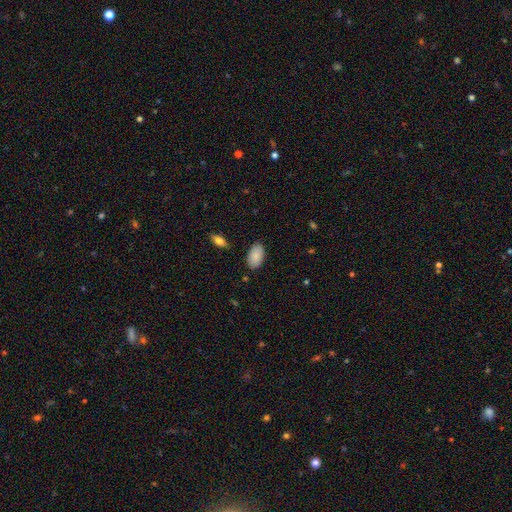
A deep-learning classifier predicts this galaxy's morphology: Smooth or featured: smooth — 86% (featured or disk — 8%)
How rounded: in between — 95% (round — 3%)
Merging: none — 84% (minor disturbance — 12%)